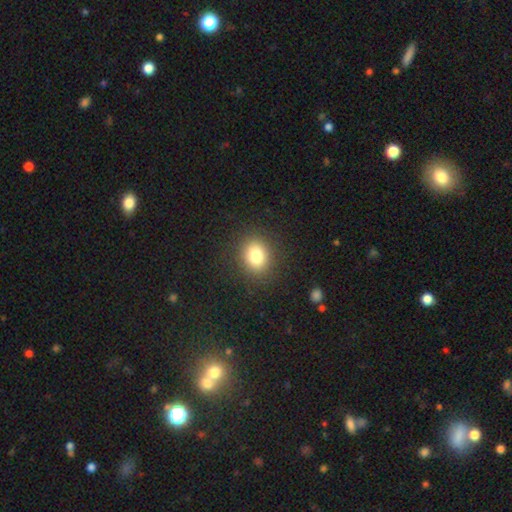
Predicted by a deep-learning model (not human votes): smooth_or_featured: smooth (p=0.80) [alt: star or artifact p=0.11]
how_rounded: round (p=0.56) [alt: in between p=0.43]
merging: none (p=0.88) [alt: minor disturbance p=0.07]